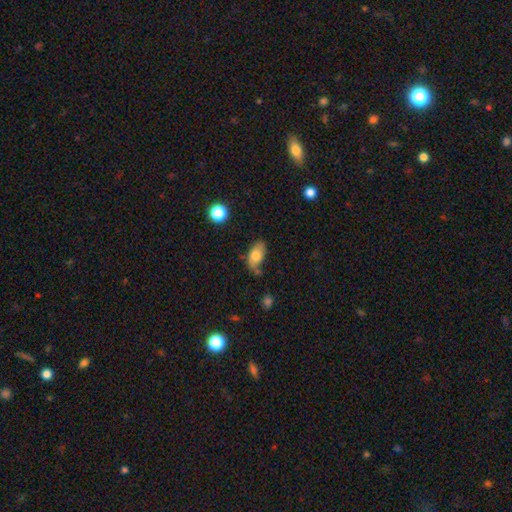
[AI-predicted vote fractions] Morphology: type=smooth (72%); roundness=in between (90%); merging=none (51%).